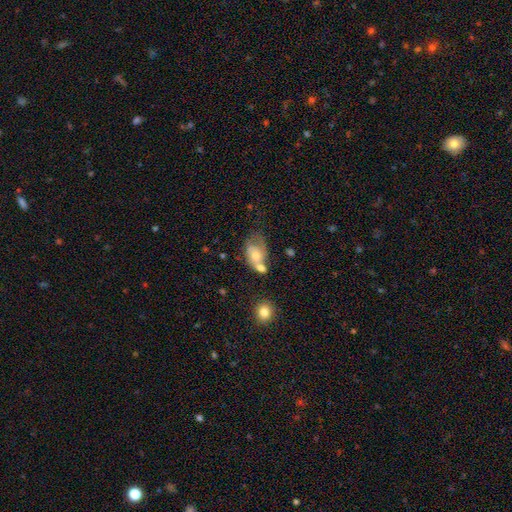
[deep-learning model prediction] Smooth or featured: smooth — 49% (featured or disk — 43%)
Merging: merger — 38% (none — 25%)